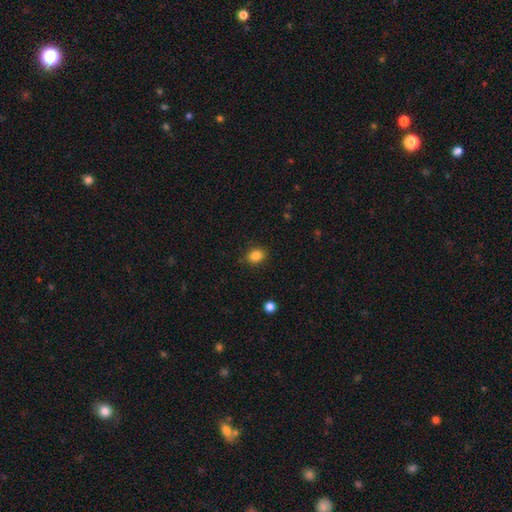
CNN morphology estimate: This appears to be a smooth galaxy with no disk features (85%) that is round (60%). Merging: none (87%).